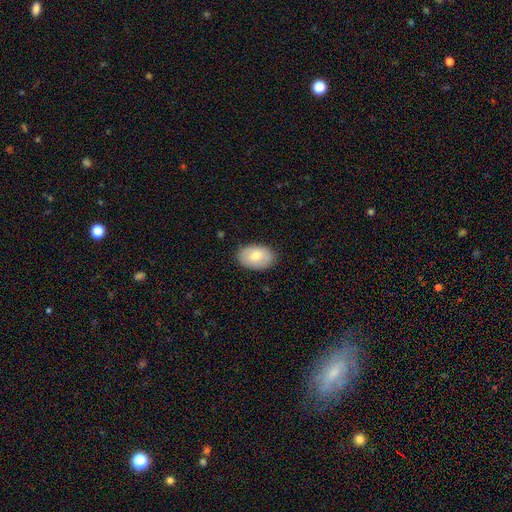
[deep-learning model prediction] Smooth or featured?
  - smooth: 71% *
  - featured or disk: 23%
  - star or artifact: 7%
How rounded?
  - in between: 87% *
  - round: 12%
  - cigar-shaped: 1%
Merging?
  - none: 87% *
  - minor disturbance: 10%
  - major disturbance: 2%
  - merger: 1%